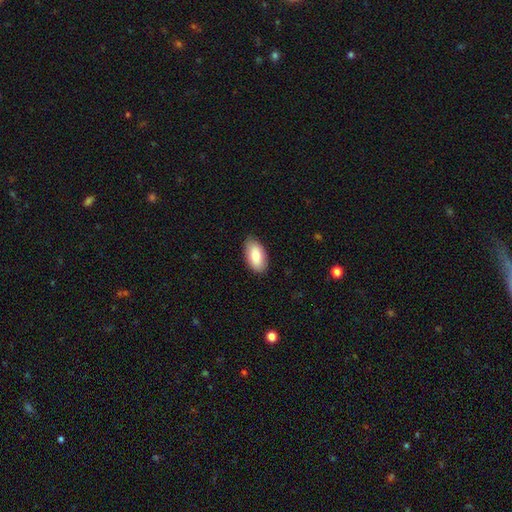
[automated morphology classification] Smooth or featured: smooth — 83% (featured or disk — 11%)
How rounded: in between — 94% (cigar-shaped — 3%)
Merging: none — 87% (minor disturbance — 10%)